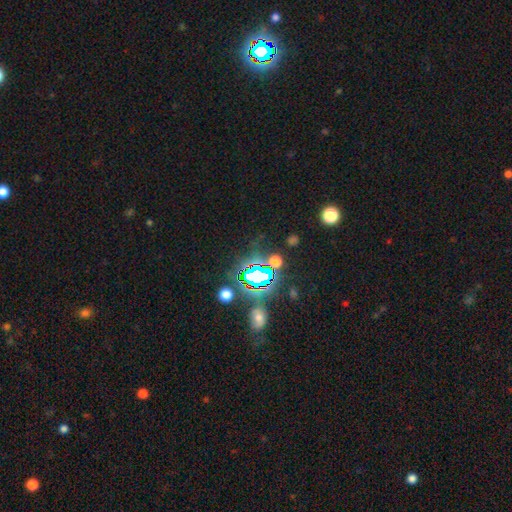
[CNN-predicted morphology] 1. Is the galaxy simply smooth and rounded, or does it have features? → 77% star or artifact, 14% smooth, 8% featured or disk.